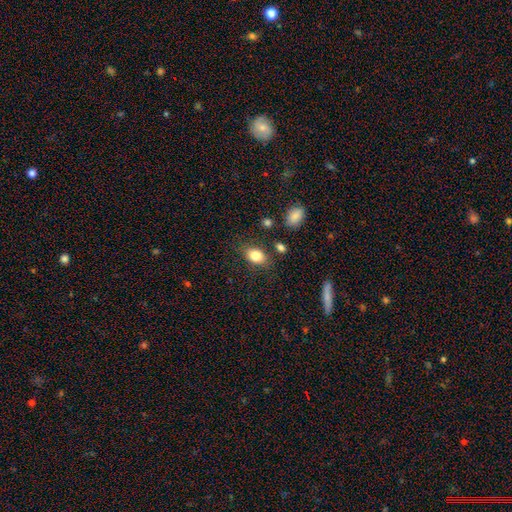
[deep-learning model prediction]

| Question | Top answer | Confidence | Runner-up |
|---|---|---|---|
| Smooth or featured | smooth | 83% | star or artifact (9%) |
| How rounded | in between | 80% | round (18%) |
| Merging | none | 77% | minor disturbance (15%) |